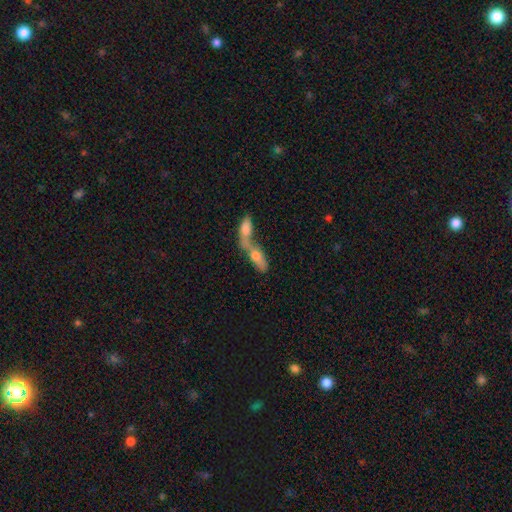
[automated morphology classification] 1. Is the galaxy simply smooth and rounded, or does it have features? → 49% smooth, 38% featured or disk, 12% star or artifact.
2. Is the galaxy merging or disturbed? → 74% merger, 16% none, 5% minor disturbance, 4% major disturbance.